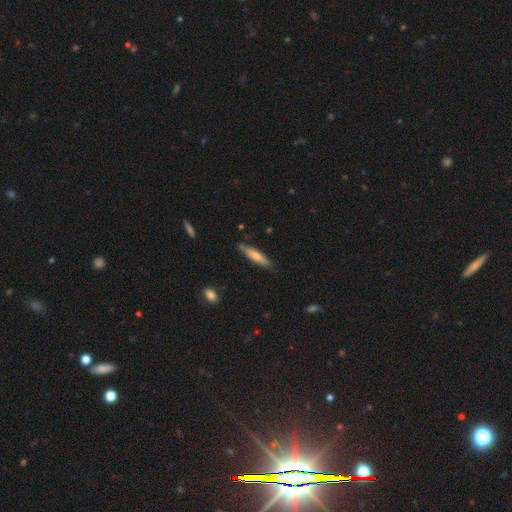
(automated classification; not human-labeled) Smooth or featured? smooth (65%)
How rounded? cigar-shaped (83%)
Merging? none (77%)